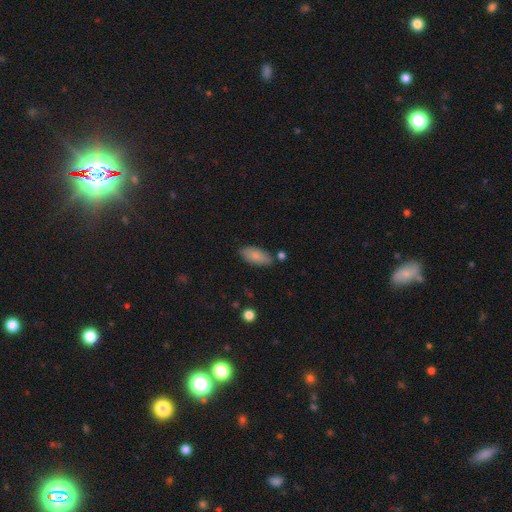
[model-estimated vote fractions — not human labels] A smooth galaxy with no disk features (83%) that is in between round and cigar-shaped (90%). Merging: none (78%).